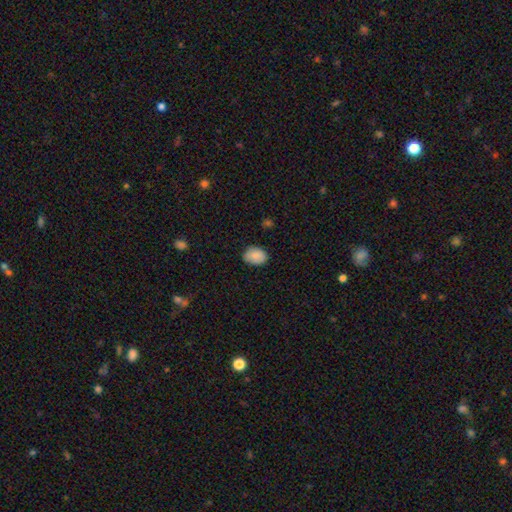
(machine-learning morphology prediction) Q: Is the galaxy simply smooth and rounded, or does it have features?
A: smooth — 88%.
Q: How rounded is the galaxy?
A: in between — 69%.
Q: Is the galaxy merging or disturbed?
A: none — 82%.